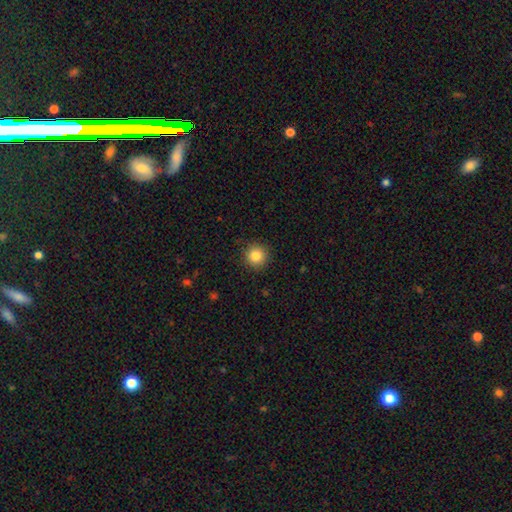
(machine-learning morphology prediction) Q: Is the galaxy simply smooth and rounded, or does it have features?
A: smooth — 85%.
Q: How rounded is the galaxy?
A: round — 95%.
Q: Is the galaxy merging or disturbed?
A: none — 91%.